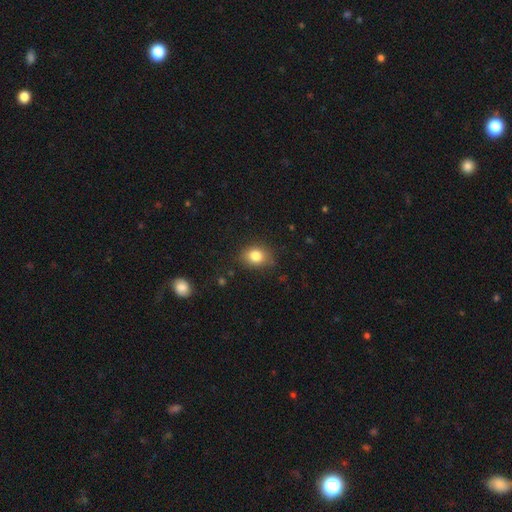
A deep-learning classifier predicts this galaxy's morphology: Smooth or featured? smooth (83%)
How rounded? in between (50%)
Merging? none (81%)